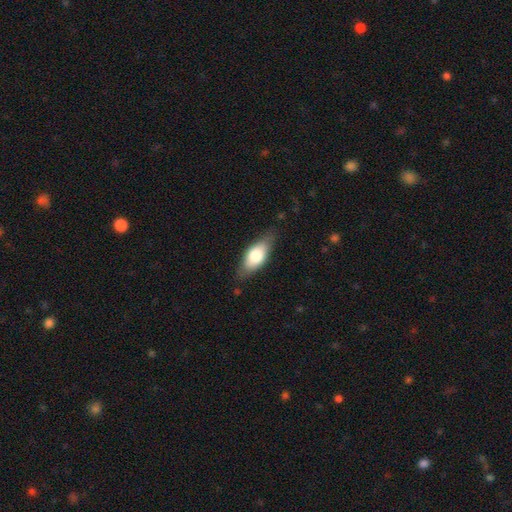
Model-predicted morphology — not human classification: smooth_or_featured: smooth (p=0.69) [alt: featured or disk p=0.25]
how_rounded: in between (p=0.82) [alt: cigar-shaped p=0.15]
merging: none (p=0.77) [alt: minor disturbance p=0.18]